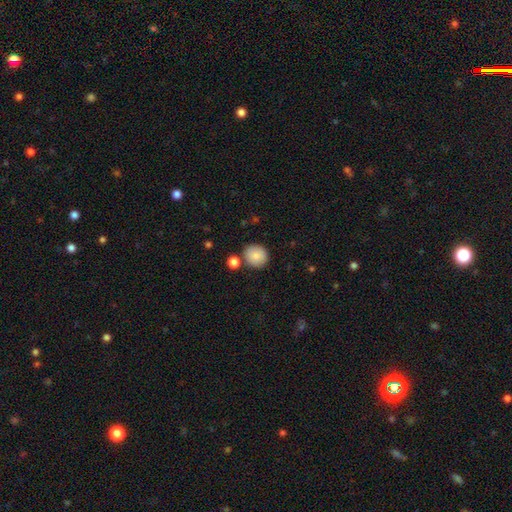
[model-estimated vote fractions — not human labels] Smooth or featured: smooth — 85% (star or artifact — 8%)
How rounded: round — 86% (in between — 13%)
Merging: none — 80% (minor disturbance — 9%)